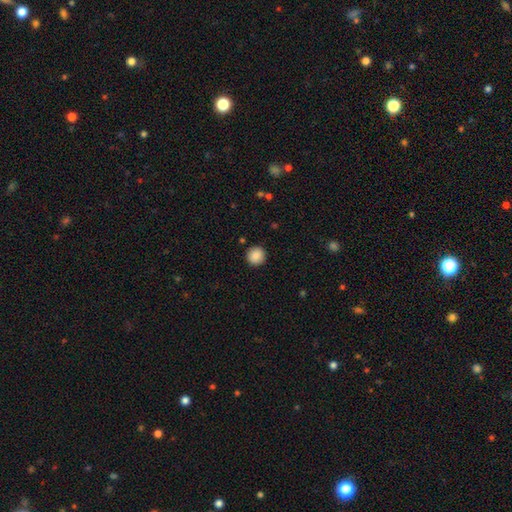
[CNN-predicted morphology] Smooth or featured? Predicted: smooth (p=0.88). How rounded? Predicted: round (p=0.94). Merging? Predicted: none (p=0.91).